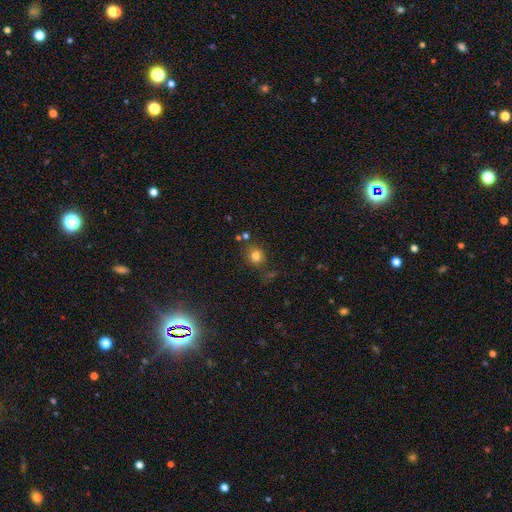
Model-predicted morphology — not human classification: smooth 80%, star or artifact 13%, featured or disk 6%. Down the decision tree: how rounded — round (81%); merging — none (76%).